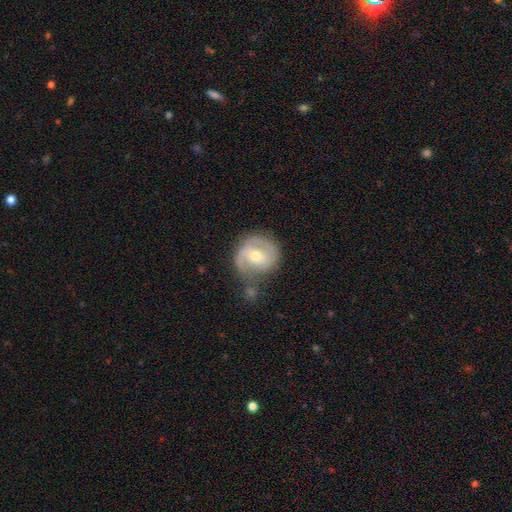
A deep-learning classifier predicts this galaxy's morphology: smooth_or_featured: featured or disk (p=0.74) [alt: smooth p=0.20]
disk_edge_on: no (p=0.97) [alt: yes p=0.03]
bar: weak (p=0.45) [alt: no p=0.33]
has_spiral_arms: yes (p=0.86) [alt: no p=0.14]
spiral_winding: medium (p=0.44) [alt: tight p=0.39]
spiral_arm_count: 2 (p=0.70) [alt: 1 p=0.13]
bulge_size: moderate (p=0.60) [alt: small p=0.36]
merging: none (p=0.52) [alt: minor disturbance p=0.24]